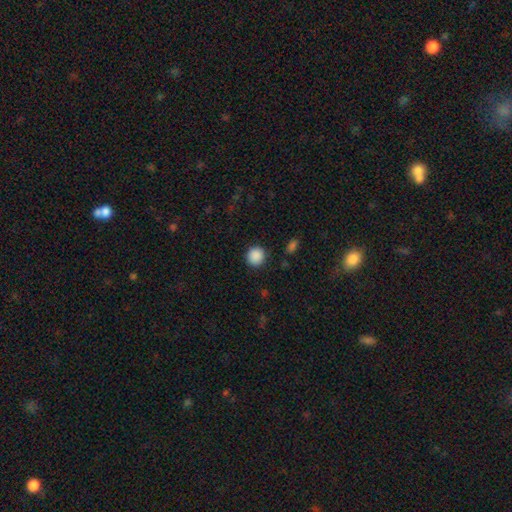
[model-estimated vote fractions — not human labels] Morphology: type=smooth (89%); roundness=round (92%); merging=none (90%).